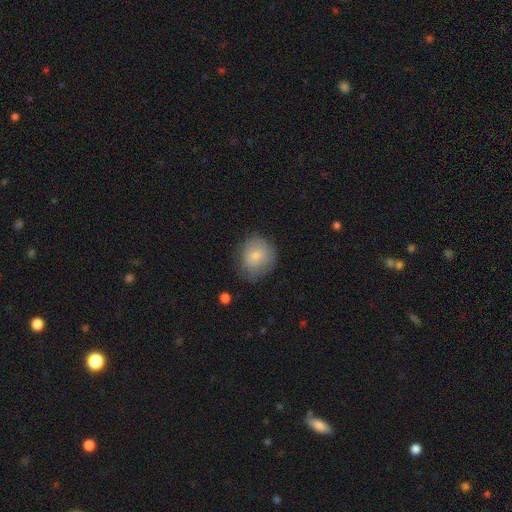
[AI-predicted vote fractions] This is likely a smooth galaxy (75%). How rounded: likely round (75%). Merging: likely none (66%).